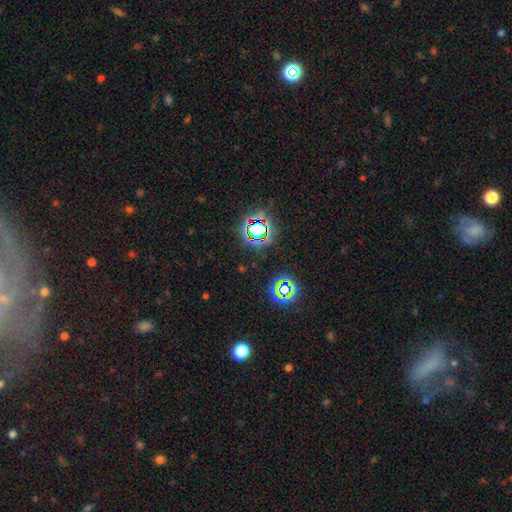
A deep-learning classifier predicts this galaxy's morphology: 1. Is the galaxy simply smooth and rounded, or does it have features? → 73% star or artifact, 18% smooth, 9% featured or disk.